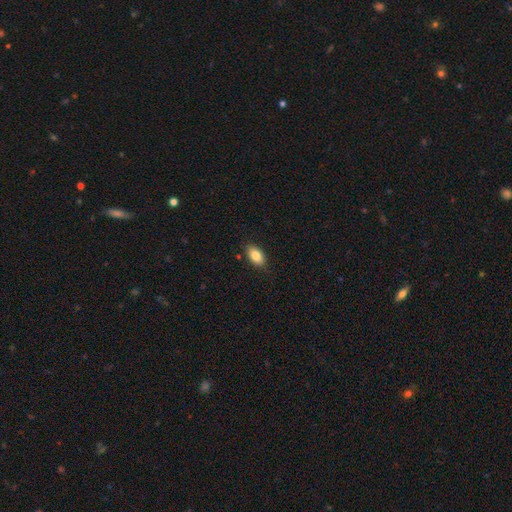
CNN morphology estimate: A smooth galaxy with no disk features (84%) that is in between round and cigar-shaped (92%).

Vote fractions:
- Smooth or featured? smooth: 84% / featured or disk: 8% / star or artifact: 7%
- How rounded? in between: 92% / round: 5% / cigar-shaped: 3%
- Merging? none: 86% / minor disturbance: 11% / major disturbance: 2% / merger: 1%